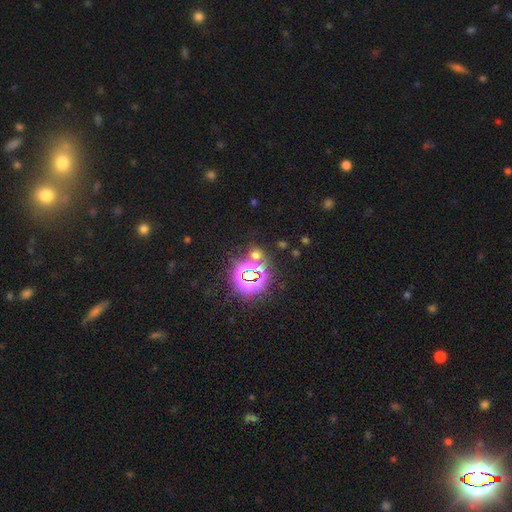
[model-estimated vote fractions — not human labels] Q: Smooth or featured?
A: star or artifact (60%); runner-up: smooth (32%)